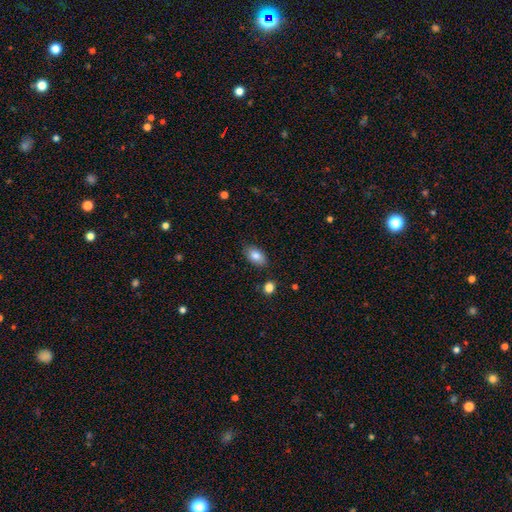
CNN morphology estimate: Smooth or featured? smooth (83%)
How rounded? in between (91%)
Merging? none (85%)